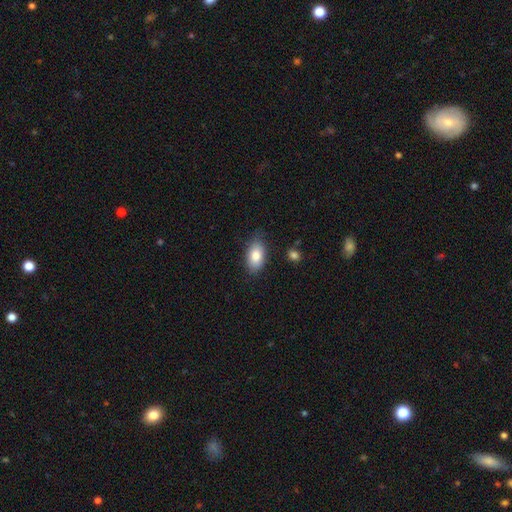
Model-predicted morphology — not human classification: A smooth galaxy with no disk features (83%) that is in between round and cigar-shaped (91%).

Vote fractions:
- Smooth or featured? smooth: 83% / featured or disk: 10% / star or artifact: 7%
- How rounded? in between: 91% / round: 6% / cigar-shaped: 2%
- Merging? none: 77% / minor disturbance: 18% / major disturbance: 3% / merger: 2%